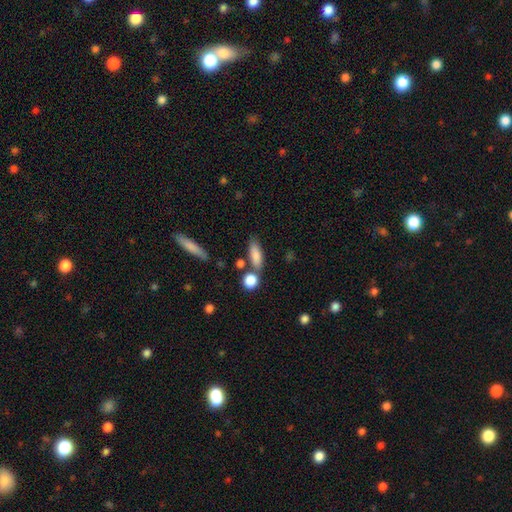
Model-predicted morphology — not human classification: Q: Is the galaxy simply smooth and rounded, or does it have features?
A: smooth — 83%.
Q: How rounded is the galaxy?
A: in between — 61%.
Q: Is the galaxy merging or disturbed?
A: none — 65%.